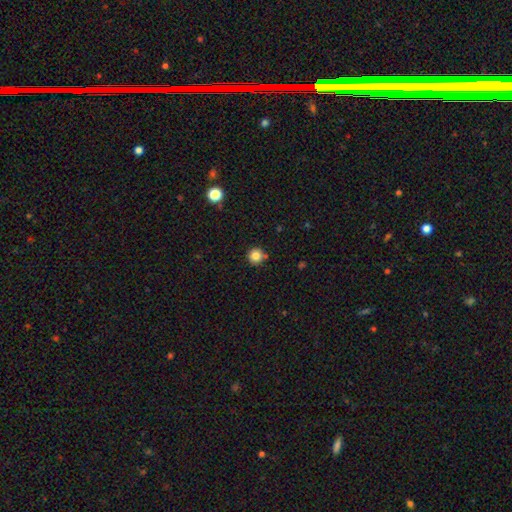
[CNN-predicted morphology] smooth_or_featured: smooth (p=0.83) [alt: star or artifact p=0.12]
how_rounded: round (p=0.95) [alt: in between p=0.04]
merging: none (p=0.86) [alt: minor disturbance p=0.08]